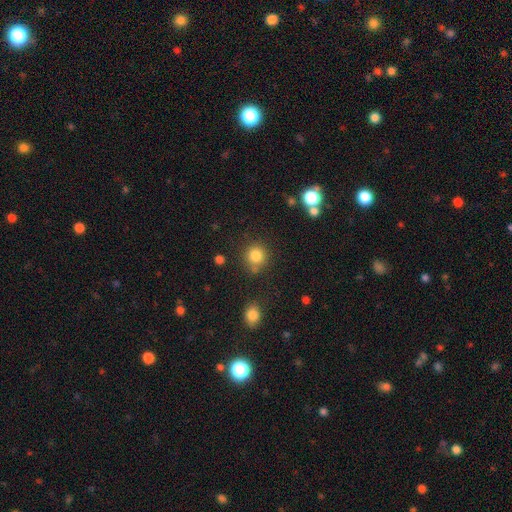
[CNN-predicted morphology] A smooth galaxy with no disk features (83%) that is round (89%). Merging: none (75%).